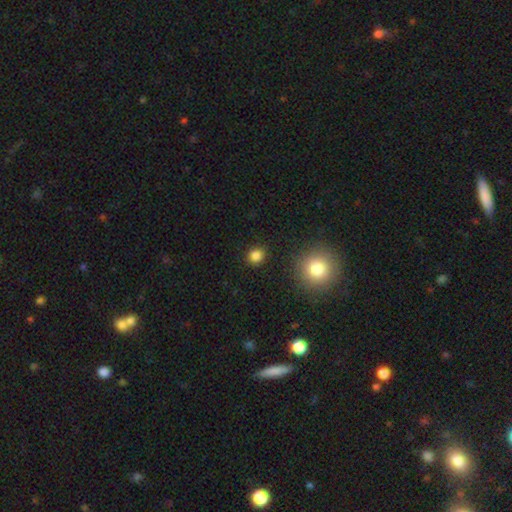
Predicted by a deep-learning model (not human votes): smooth_or_featured: smooth (p=0.84) [alt: star or artifact p=0.12]
how_rounded: round (p=0.83) [alt: in between p=0.16]
merging: none (p=0.89) [alt: minor disturbance p=0.07]